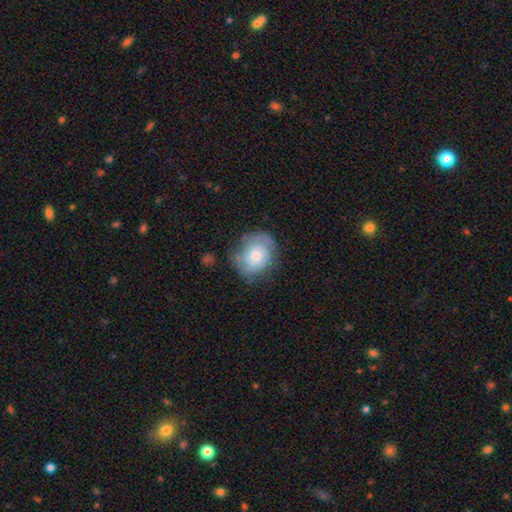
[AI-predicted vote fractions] smooth_or_featured: featured or disk (p=0.50) [alt: smooth p=0.43]
merging: none (p=0.64) [alt: minor disturbance p=0.23]